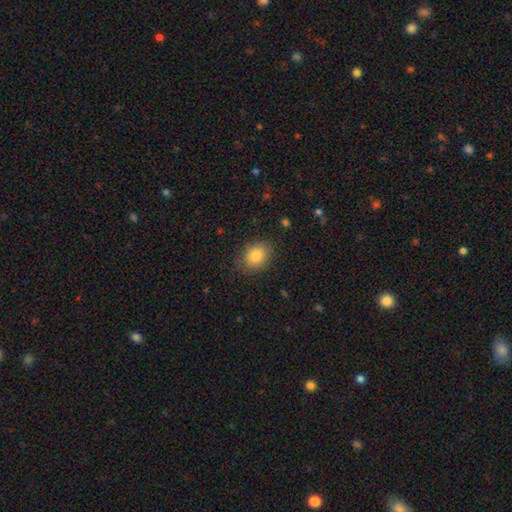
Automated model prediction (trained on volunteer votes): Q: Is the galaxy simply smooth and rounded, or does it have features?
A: smooth — 82%.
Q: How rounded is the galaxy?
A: in between — 56%.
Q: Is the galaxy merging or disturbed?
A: none — 82%.